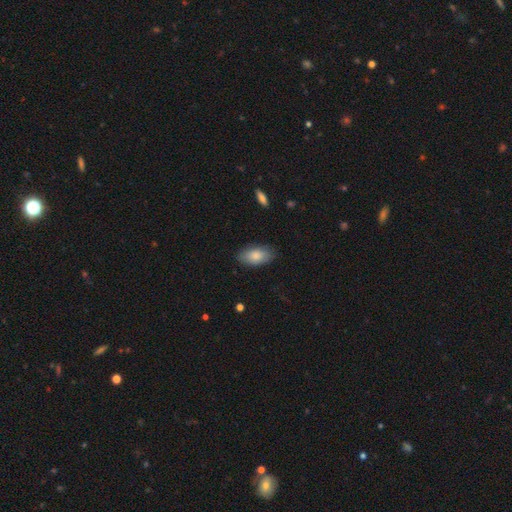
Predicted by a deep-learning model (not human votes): smooth 84%, featured or disk 10%, star or artifact 6%. Down the decision tree: how rounded — in between (92%); merging — none (83%).